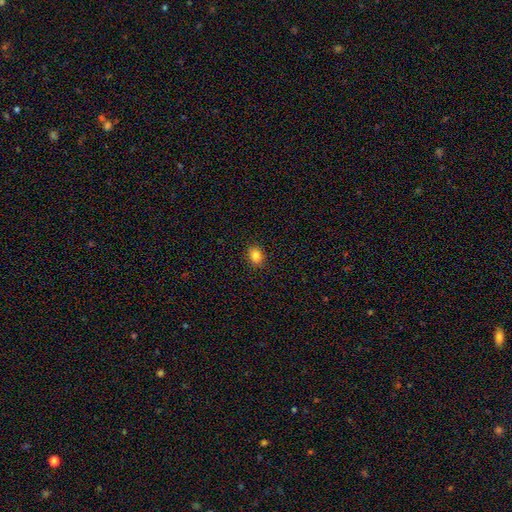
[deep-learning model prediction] A smooth galaxy with no disk features (84%) that is round (56%). Merging: none (90%).